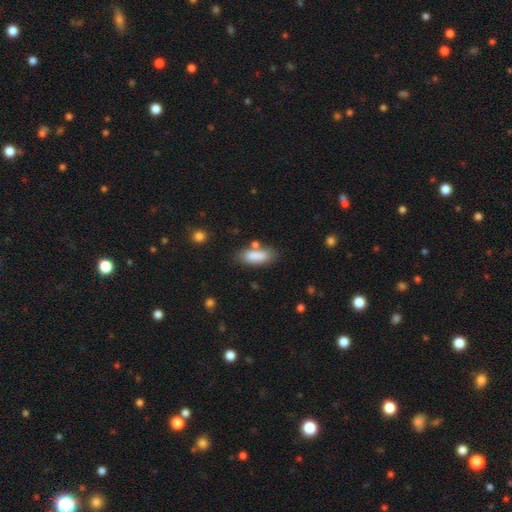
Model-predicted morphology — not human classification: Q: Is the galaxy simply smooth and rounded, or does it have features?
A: smooth — 85%.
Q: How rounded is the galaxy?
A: in between — 75%.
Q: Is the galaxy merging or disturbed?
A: none — 69%.